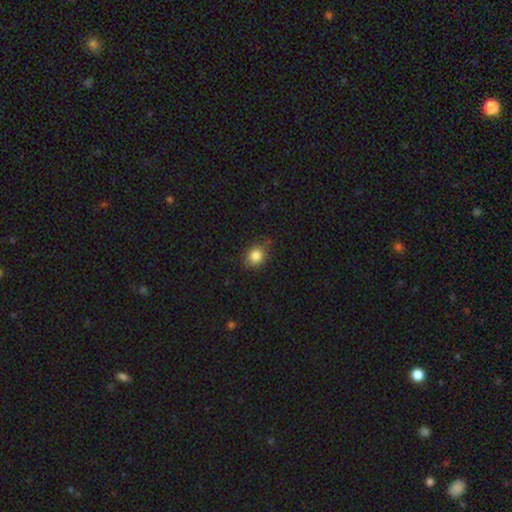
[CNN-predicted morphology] The model was most divided on "how rounded": round: 66%, in between: 33%, cigar-shaped: 1%. More confident: smooth or featured — smooth (84%); merging — none (76%).